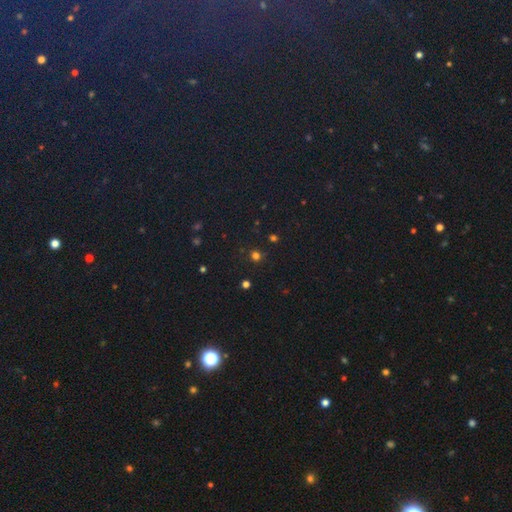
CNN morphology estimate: Smooth or featured? Predicted: smooth (p=0.68). How rounded? Predicted: round (p=0.90). Merging? Predicted: none (p=0.87).